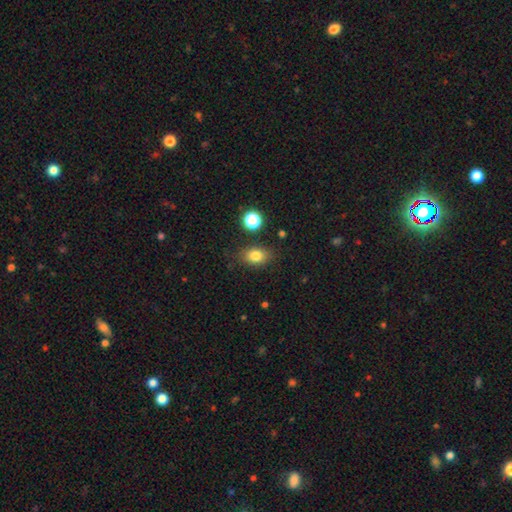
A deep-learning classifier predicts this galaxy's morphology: smooth_or_featured: smooth (p=0.80) [alt: star or artifact p=0.12]
how_rounded: in between (p=0.71) [alt: round p=0.28]
merging: none (p=0.81) [alt: minor disturbance p=0.12]